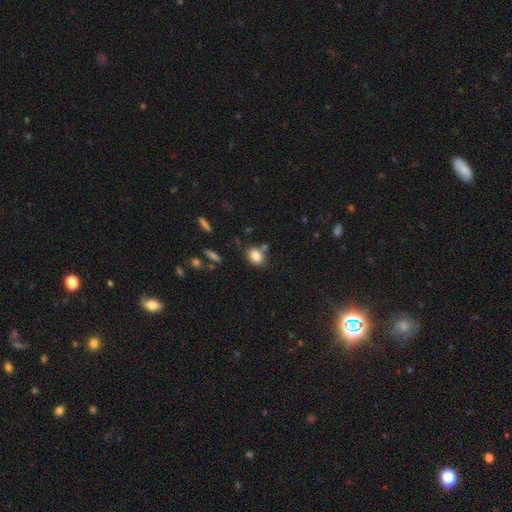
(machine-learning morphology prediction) A smooth galaxy with no disk features (83%) that is in between round and cigar-shaped (75%). Merging: none (69%).